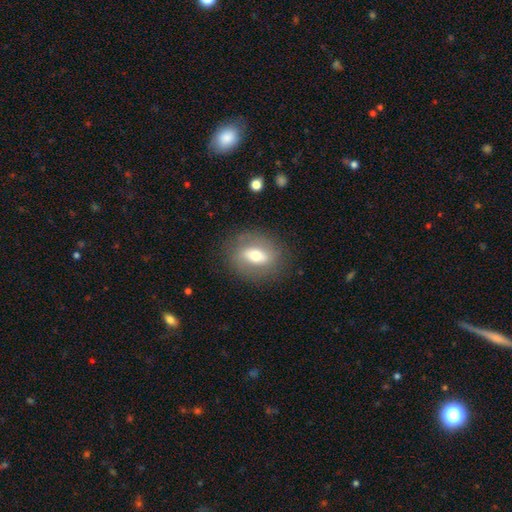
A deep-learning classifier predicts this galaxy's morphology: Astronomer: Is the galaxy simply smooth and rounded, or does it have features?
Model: smooth — 52% (runner-up: featured or disk, 40%).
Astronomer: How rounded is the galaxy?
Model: in between — 63%.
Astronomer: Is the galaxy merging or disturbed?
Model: none — 81%.